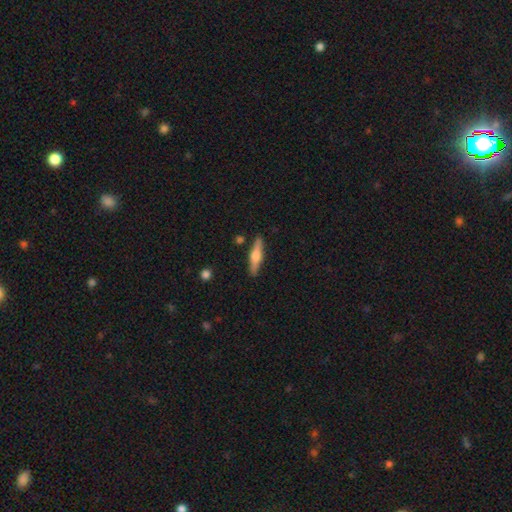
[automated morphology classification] Smooth or featured? Predicted: featured or disk (p=0.55). Edge-on disk? Predicted: yes (p=0.96). Edge-on bulge? Predicted: rounded (p=0.88). Merging? Predicted: none (p=0.88).